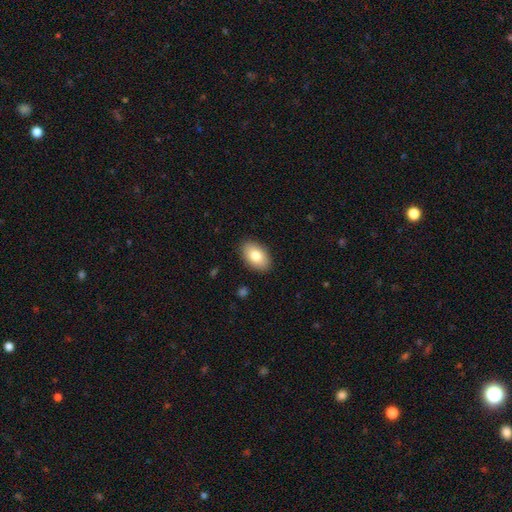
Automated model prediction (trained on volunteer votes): Smooth or featured? smooth (80%)
How rounded? in between (92%)
Merging? none (89%)